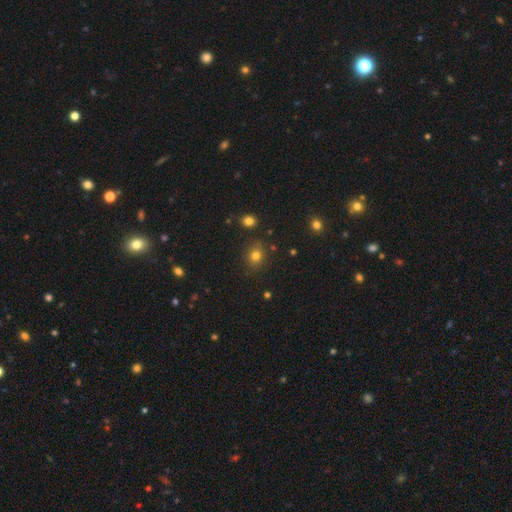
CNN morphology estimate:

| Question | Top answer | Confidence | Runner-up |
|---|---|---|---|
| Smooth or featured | smooth | 76% | star or artifact (16%) |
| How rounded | round | 68% | in between (31%) |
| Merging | none | 81% | minor disturbance (13%) |